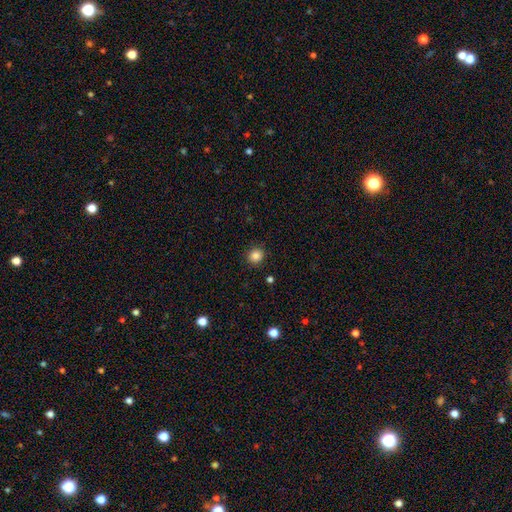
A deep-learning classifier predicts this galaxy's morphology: Smooth or featured? smooth (85%)
How rounded? round (88%)
Merging? none (90%)